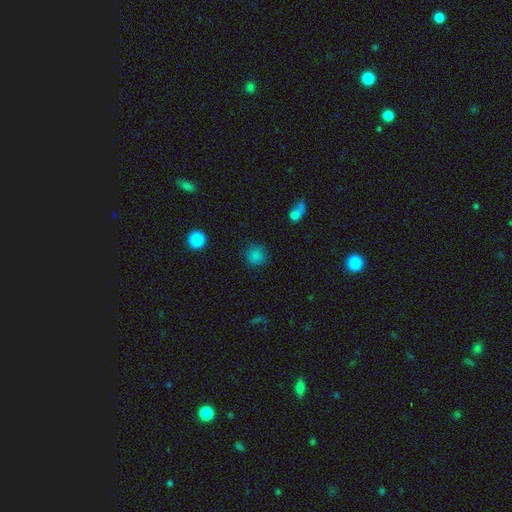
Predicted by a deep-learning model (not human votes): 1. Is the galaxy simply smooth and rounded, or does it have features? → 81% smooth, 15% star or artifact, 4% featured or disk.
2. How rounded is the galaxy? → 89% round, 9% in between, 1% cigar-shaped.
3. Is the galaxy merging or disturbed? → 85% none, 9% minor disturbance, 3% major disturbance, 2% merger.